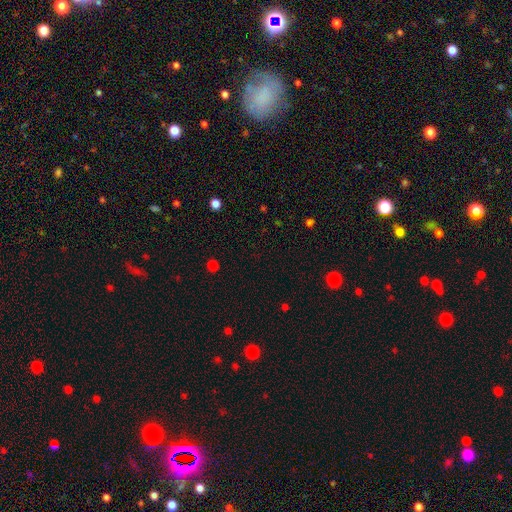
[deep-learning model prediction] This appears to be a star or artifact, not a galaxy (58%).